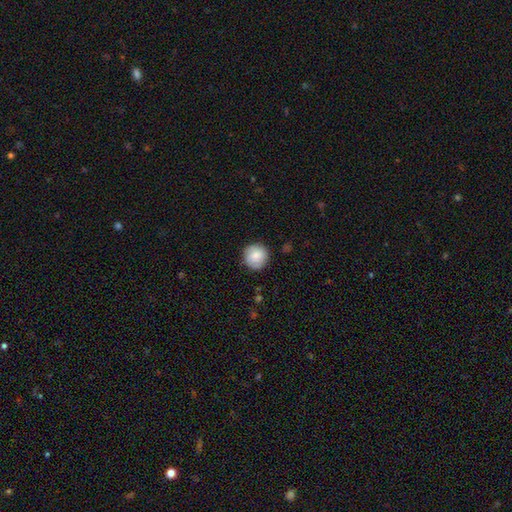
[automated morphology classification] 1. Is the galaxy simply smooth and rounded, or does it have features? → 82% smooth, 11% featured or disk, 7% star or artifact.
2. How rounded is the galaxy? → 94% round, 5% in between, 1% cigar-shaped.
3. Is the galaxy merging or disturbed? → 87% none, 10% minor disturbance, 2% major disturbance, 1% merger.